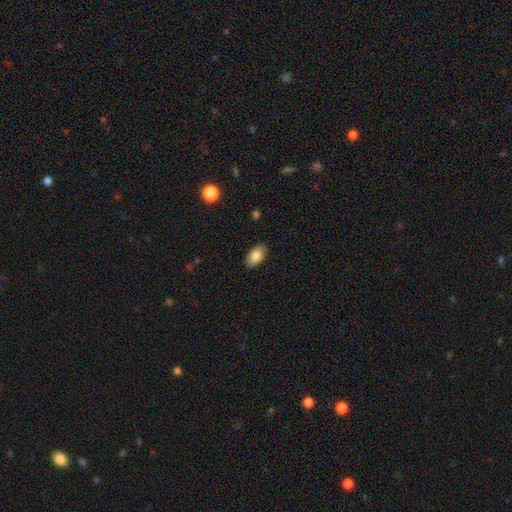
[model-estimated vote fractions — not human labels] Morphology: type=smooth (85%); roundness=in between (93%); merging=none (87%).